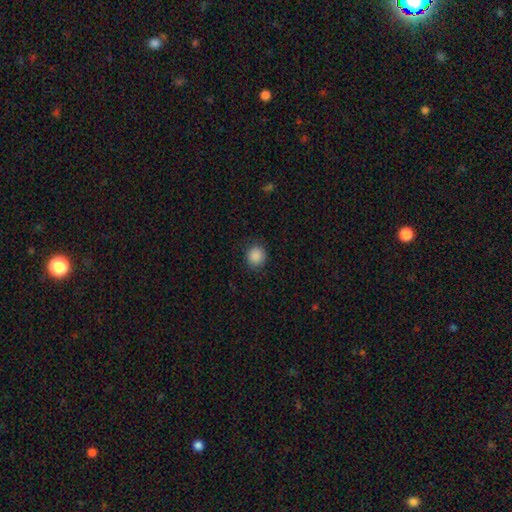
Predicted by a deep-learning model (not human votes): smooth-or-featured: smooth: 88% | star or artifact: 9% | featured or disk: 3%
  how-rounded: round: 88% | in between: 11% | cigar-shaped: 1%
  merging: none: 87% | minor disturbance: 9% | major disturbance: 3% | merger: 1%